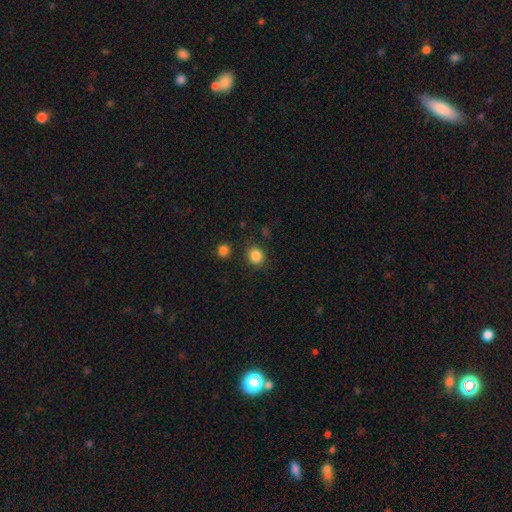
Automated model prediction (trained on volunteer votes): Smooth or featured?
  - smooth: 85% *
  - star or artifact: 11%
  - featured or disk: 4%
How rounded?
  - round: 79% *
  - in between: 21%
  - cigar-shaped: 1%
Merging?
  - none: 85% *
  - minor disturbance: 9%
  - merger: 3%
  - major disturbance: 3%